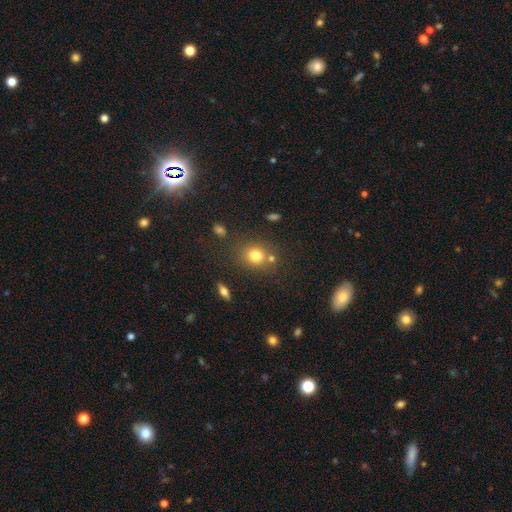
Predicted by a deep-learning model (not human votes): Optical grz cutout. It shows a smooth galaxy with no disk features (77%) that is round (76%). Merging: none (71%).